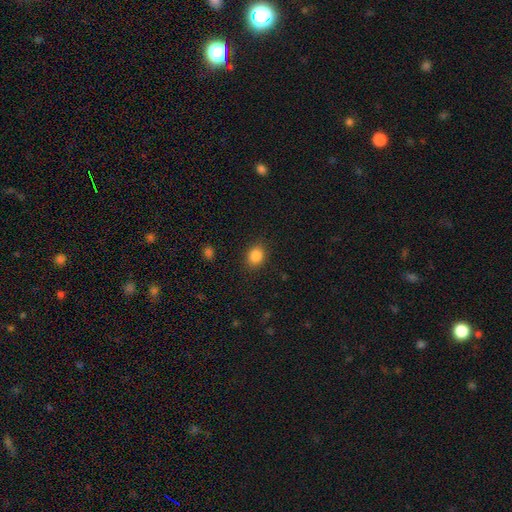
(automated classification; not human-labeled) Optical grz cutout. It shows a smooth galaxy with no disk features (85%) that is round (50%). Merging: none (87%).